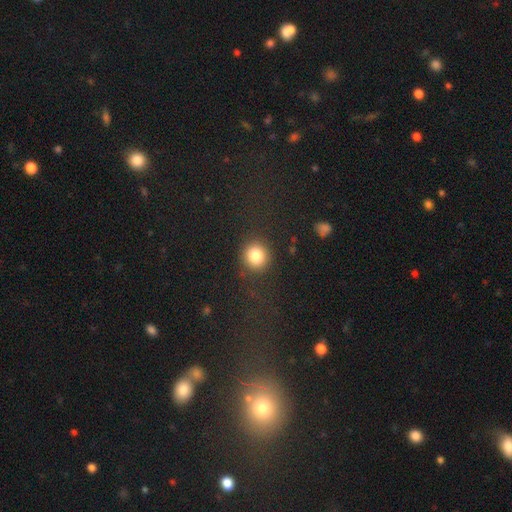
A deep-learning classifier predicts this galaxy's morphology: smooth-or-featured: smooth: 83% | star or artifact: 10% | featured or disk: 6%
  how-rounded: round: 88% | in between: 11% | cigar-shaped: 1%
  merging: none: 87% | minor disturbance: 7% | major disturbance: 4% | merger: 2%